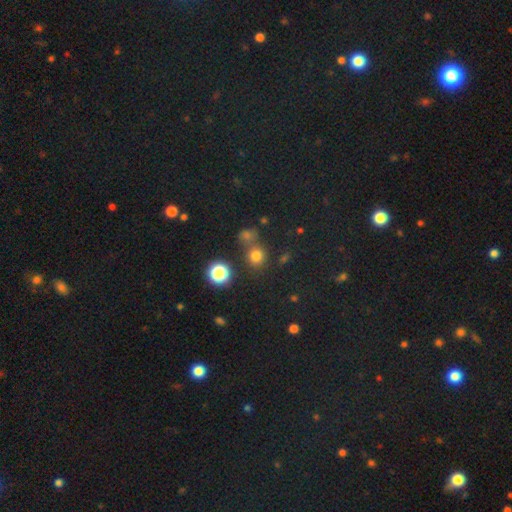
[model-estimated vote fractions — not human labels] Overall: smooth (70%). How rounded: round (87%). Merging: none (71%).